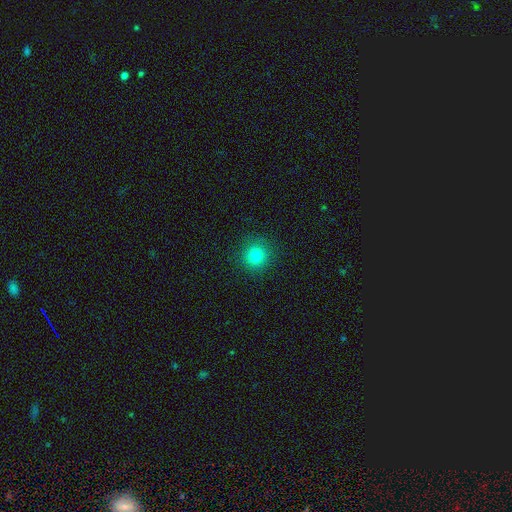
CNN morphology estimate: Q: Smooth or featured?
A: smooth (80%); runner-up: star or artifact (14%)
Q: How rounded?
A: round (93%); runner-up: in between (6%)
Q: Merging?
A: none (90%); runner-up: minor disturbance (6%)